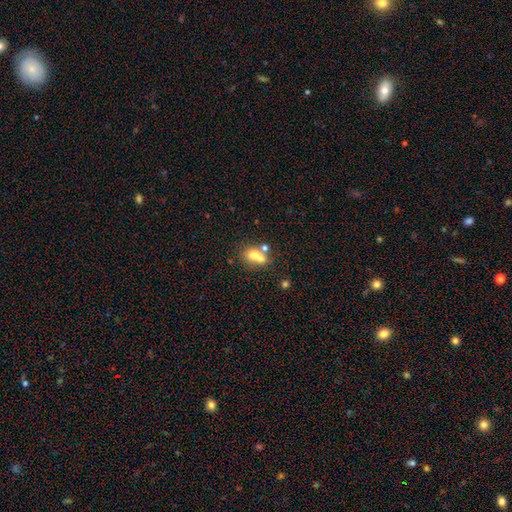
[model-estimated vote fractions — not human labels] A smooth galaxy with no disk features (67%) that is in between round and cigar-shaped (58%).

Vote fractions:
- Smooth or featured? smooth: 67% / featured or disk: 21% / star or artifact: 12%
- How rounded? in between: 58% / round: 40% / cigar-shaped: 2%
- Merging? merger: 53% / none: 32% / minor disturbance: 10% / major disturbance: 6%